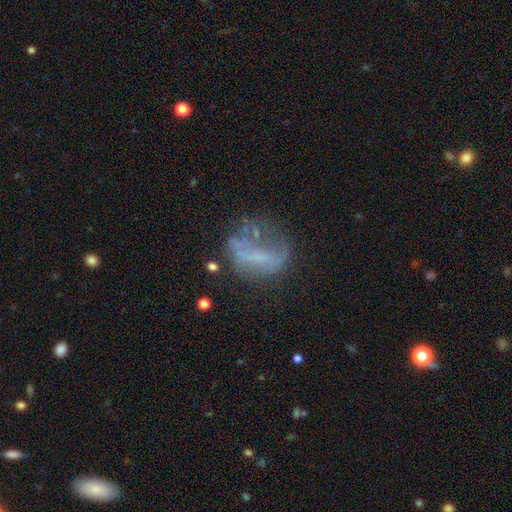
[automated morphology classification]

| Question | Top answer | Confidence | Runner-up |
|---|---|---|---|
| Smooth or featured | featured or disk | 48% | smooth (36%) |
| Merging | none | 41% | major disturbance (30%) |